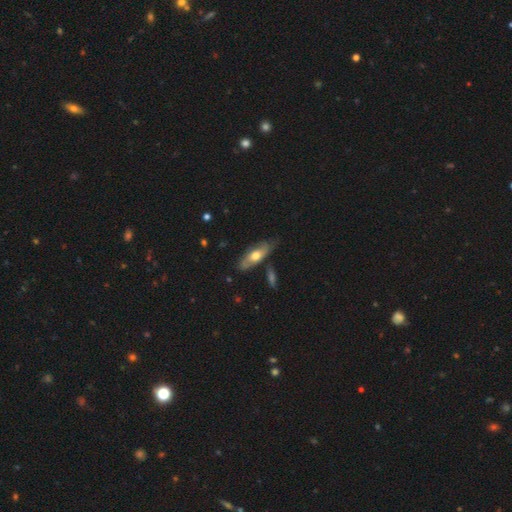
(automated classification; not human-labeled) Smooth or featured: smooth — 49% (featured or disk — 45%)
Merging: none — 69% (minor disturbance — 21%)